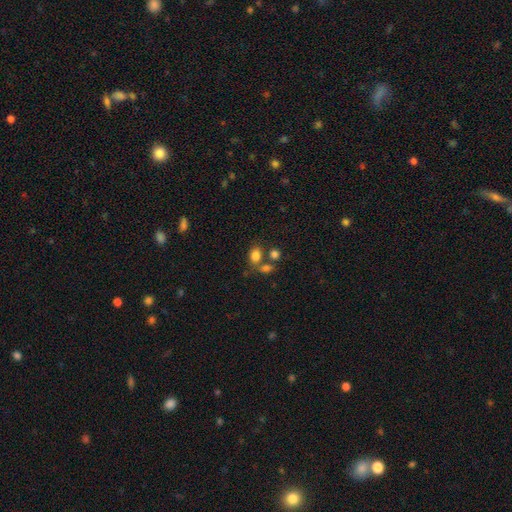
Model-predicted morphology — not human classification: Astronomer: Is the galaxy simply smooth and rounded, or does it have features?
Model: smooth — 79%.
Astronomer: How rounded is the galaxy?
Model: in between — 65%.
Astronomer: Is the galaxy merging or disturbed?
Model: none — 52% (runner-up: merger, 30%).